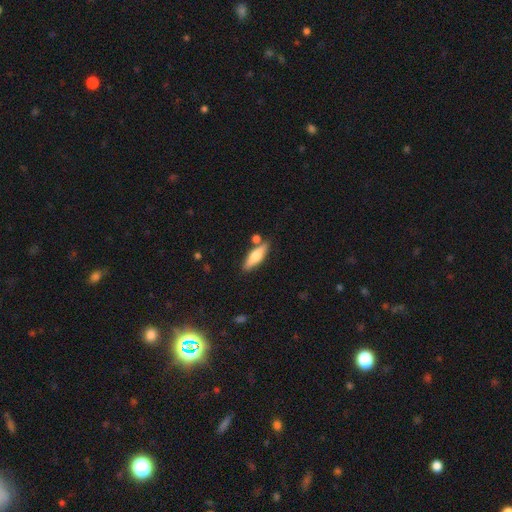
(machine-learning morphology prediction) A smooth galaxy with no disk features (60%) that is cigar-shaped (60%). Merging: none (77%).